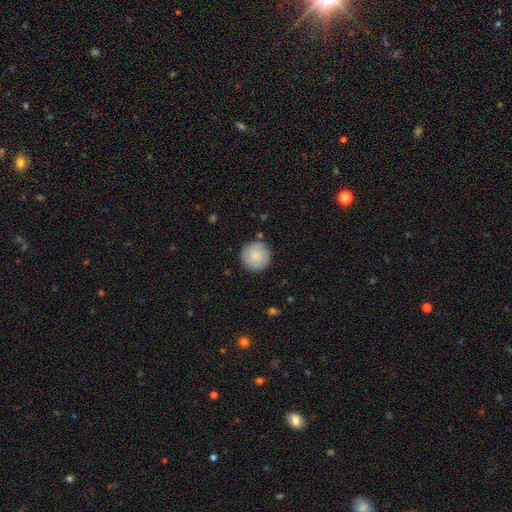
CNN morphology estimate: smooth 86%, featured or disk 8%, star or artifact 6%. Down the decision tree: how rounded — round (96%); merging — none (89%).